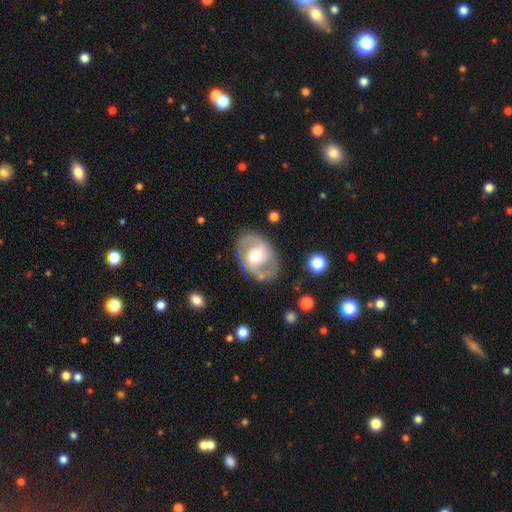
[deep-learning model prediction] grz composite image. It shows a featured or disk galaxy (80%) with a weak bar (44%), 2 (86%) medium (54%) spiral arms (85%) and a moderate central bulge (67%). Merging: none (77%).